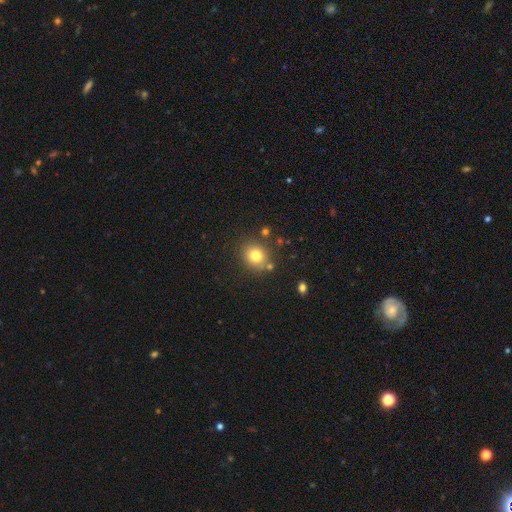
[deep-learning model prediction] A smooth galaxy with no disk features (78%) that is round (75%).

Vote fractions:
- Smooth or featured? smooth: 78% / star or artifact: 13% / featured or disk: 9%
- How rounded? round: 75% / in between: 24% / cigar-shaped: 1%
- Merging? none: 78% / minor disturbance: 11% / merger: 7% / major disturbance: 4%